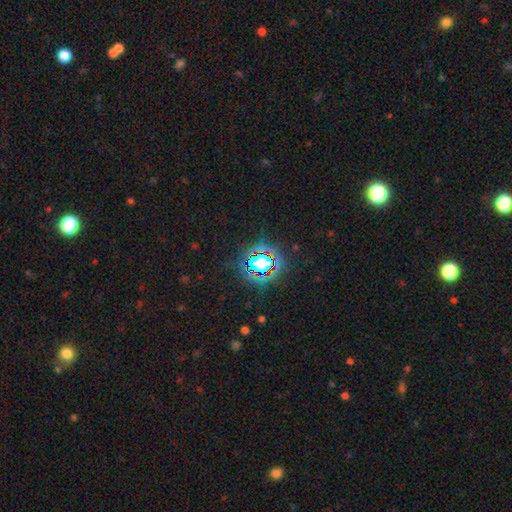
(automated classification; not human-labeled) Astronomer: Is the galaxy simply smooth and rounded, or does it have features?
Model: star or artifact — 77%.